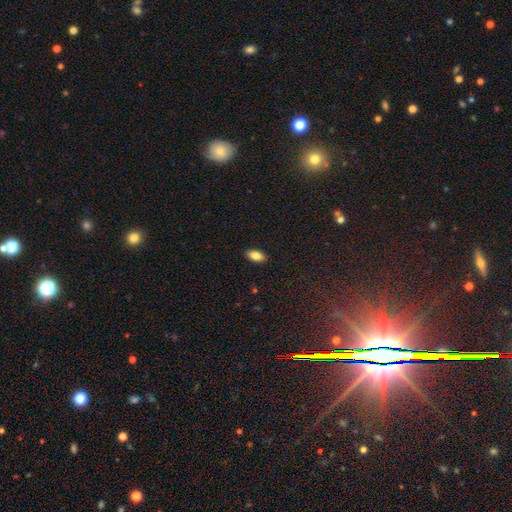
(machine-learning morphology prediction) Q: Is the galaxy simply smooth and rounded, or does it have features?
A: smooth — 85%.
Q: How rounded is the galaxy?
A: in between — 92%.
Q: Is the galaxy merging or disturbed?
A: none — 90%.